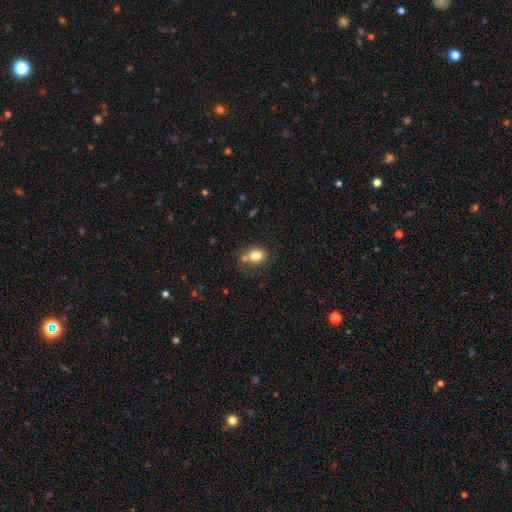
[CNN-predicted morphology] Q: Smooth or featured?
A: smooth (81%); runner-up: star or artifact (10%)
Q: How rounded?
A: in between (57%); runner-up: round (42%)
Q: Merging?
A: none (56%); runner-up: minor disturbance (20%)